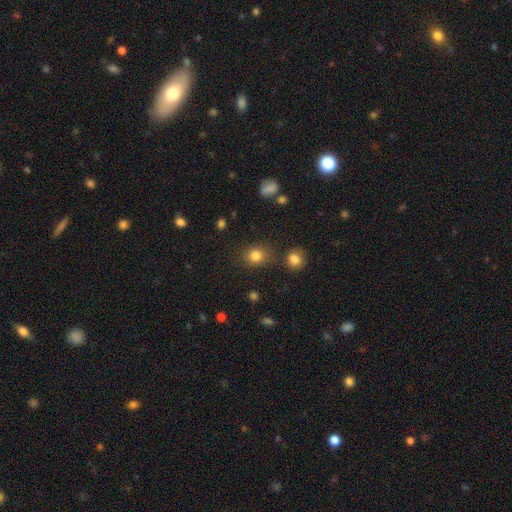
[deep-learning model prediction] Smooth or featured: smooth — 81% (star or artifact — 13%)
How rounded: round — 73% (in between — 26%)
Merging: none — 76% (minor disturbance — 11%)